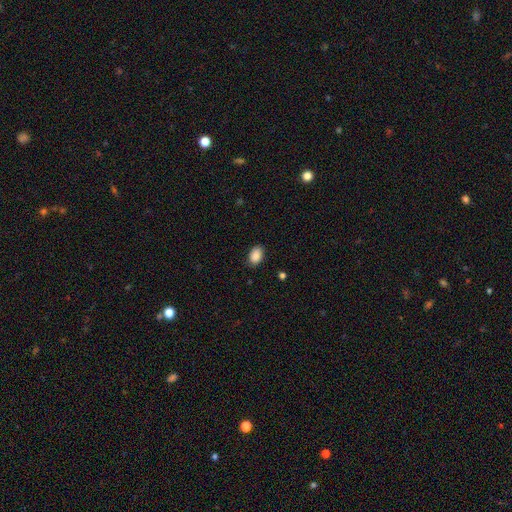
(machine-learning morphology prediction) Q: Smooth or featured?
A: smooth (88%); runner-up: star or artifact (7%)
Q: How rounded?
A: in between (88%); runner-up: round (11%)
Q: Merging?
A: none (85%); runner-up: minor disturbance (11%)